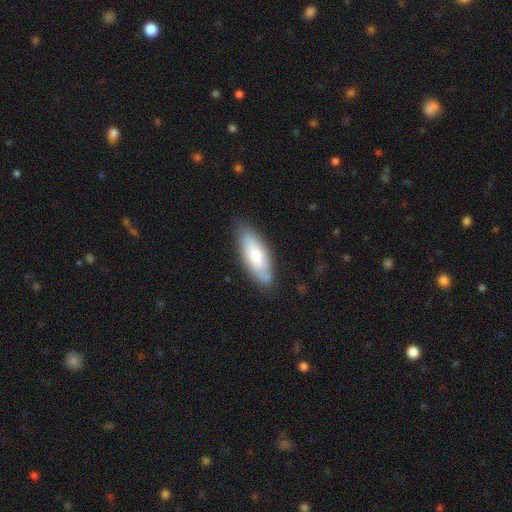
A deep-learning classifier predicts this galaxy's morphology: Overall: smooth (73%). How rounded: in between (70%). Merging: none (78%).